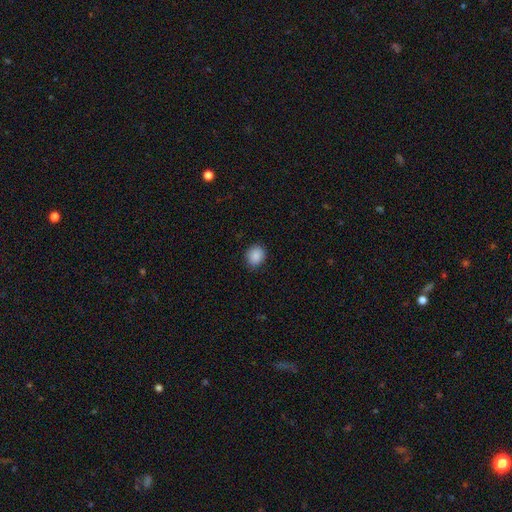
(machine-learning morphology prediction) Smooth or featured?
  - smooth: 88% *
  - star or artifact: 8%
  - featured or disk: 3%
How rounded?
  - round: 71% *
  - in between: 28%
  - cigar-shaped: 1%
Merging?
  - none: 84% *
  - minor disturbance: 12%
  - major disturbance: 3%
  - merger: 1%